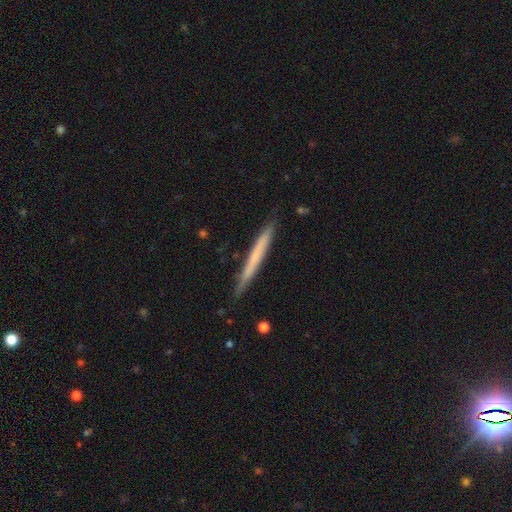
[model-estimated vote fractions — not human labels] smooth-or-featured: smooth: 57% | featured or disk: 38% | star or artifact: 6%
  how-rounded: cigar-shaped: 97% | in between: 2% | round: 1%
  merging: none: 87% | minor disturbance: 10% | major disturbance: 1% | merger: 1%